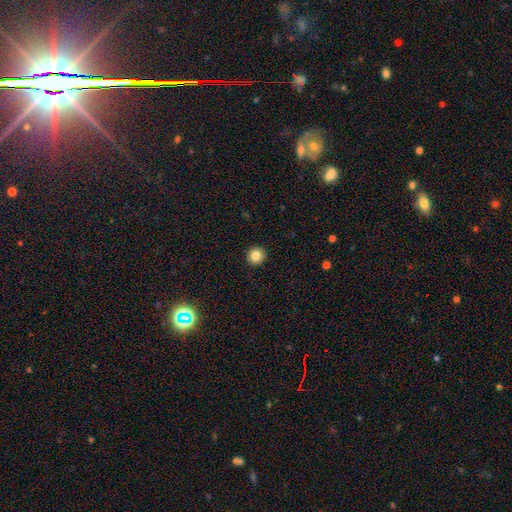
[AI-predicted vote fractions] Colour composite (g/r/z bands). It shows a smooth galaxy with no disk features (84%) that is round (94%). Merging: none (93%).